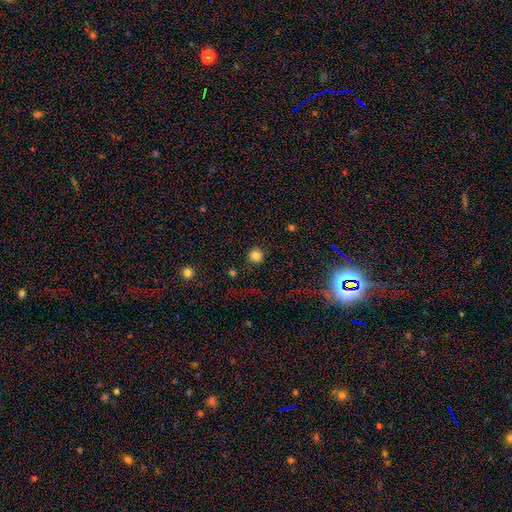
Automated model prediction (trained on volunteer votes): A smooth galaxy with no disk features (82%) that is round (93%). Merging: none (89%).